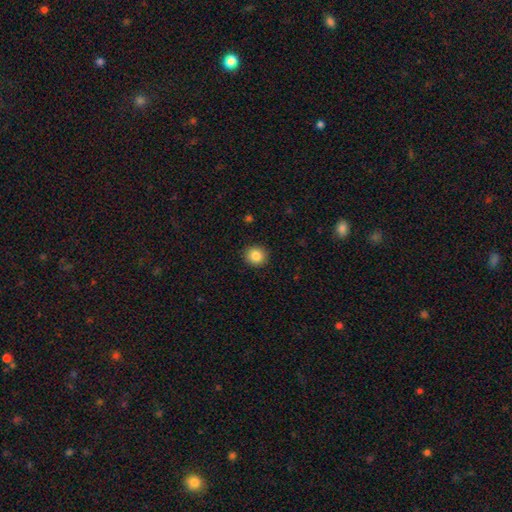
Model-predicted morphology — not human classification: A smooth galaxy with no disk features (85%) that is round (90%). Merging: none (92%).